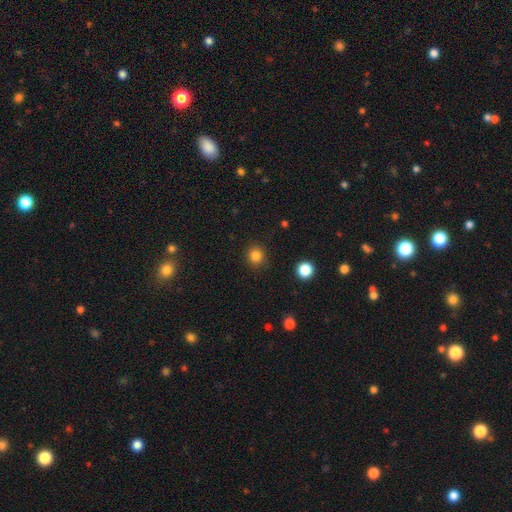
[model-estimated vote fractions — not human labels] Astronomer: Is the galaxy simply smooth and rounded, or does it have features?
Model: smooth — 83%.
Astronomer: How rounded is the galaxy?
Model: round — 89%.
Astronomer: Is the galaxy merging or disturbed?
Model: none — 90%.